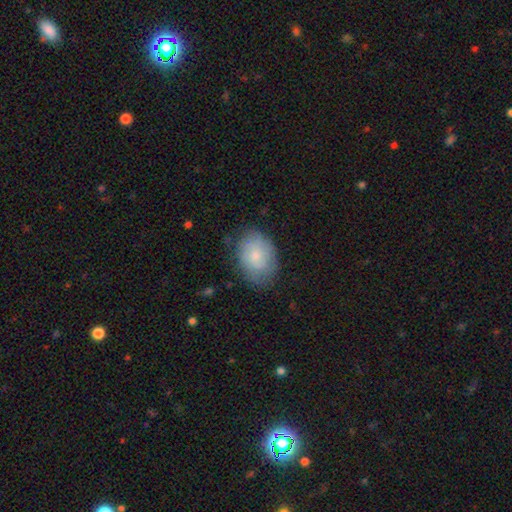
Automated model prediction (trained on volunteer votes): This is likely a smooth galaxy (65%). How rounded: likely in between (76%). Merging: likely none (71%).